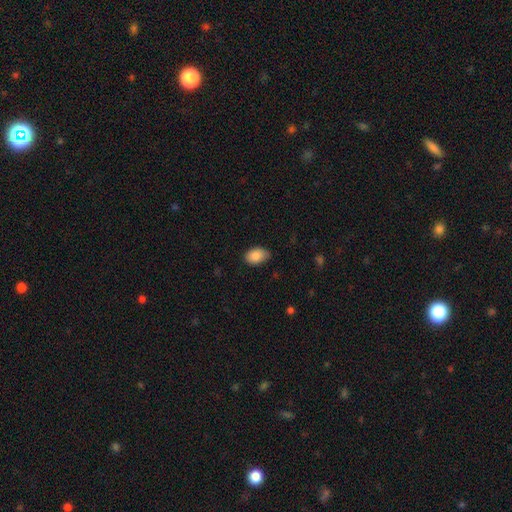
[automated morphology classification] The model was most divided on "merging": none: 79%, minor disturbance: 17%, major disturbance: 3%, merger: 1%. More confident: how rounded — in between (88%); smooth or featured — smooth (87%).